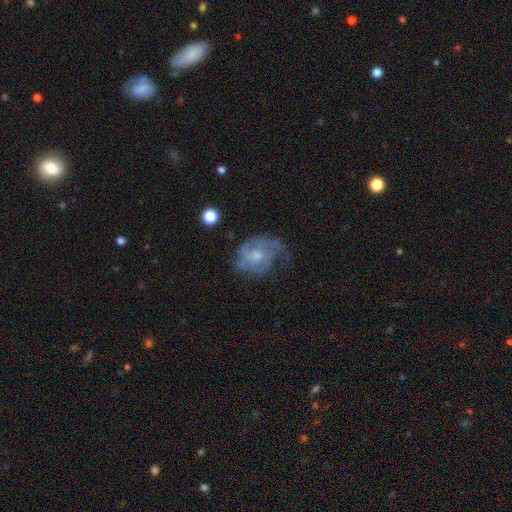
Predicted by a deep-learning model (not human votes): Smooth or featured?
  - featured or disk: 67% *
  - smooth: 25%
  - star or artifact: 8%
Edge-on disk?
  - no: 97% *
  - yes: 3%
Bar?
  - no: 70% *
  - weak: 26%
  - strong: 3%
Spiral arms?
  - yes: 78% *
  - no: 22%
Spiral winding?
  - tight: 39% *
  - medium: 38%
  - loose: 24%
Spiral arm count?
  - can't tell: 37% *
  - 2: 22%
  - 1: 22%
  - 3: 11%
  - 4: 4%
  - more than 4: 3%
Bulge size?
  - moderate: 49% *
  - small: 41%
  - none: 6%
  - large: 3%
  - dominant: 1%
Merging?
  - none: 41% *
  - major disturbance: 31%
  - minor disturbance: 26%
  - merger: 2%